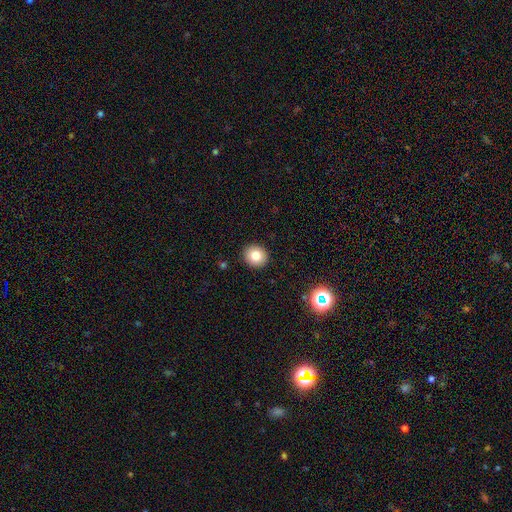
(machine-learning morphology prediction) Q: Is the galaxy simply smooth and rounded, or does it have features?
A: smooth — 81%.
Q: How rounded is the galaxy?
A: round — 87%.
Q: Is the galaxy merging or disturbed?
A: none — 92%.